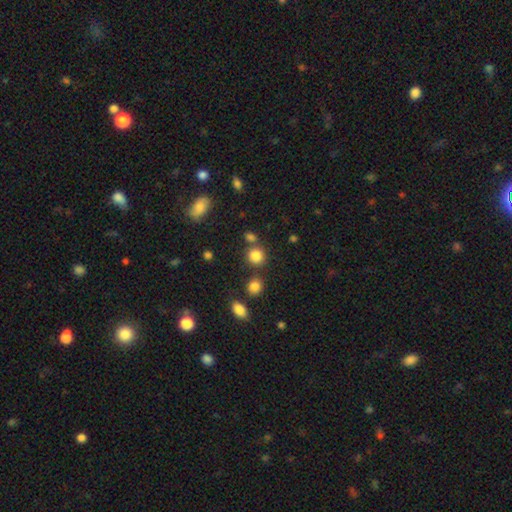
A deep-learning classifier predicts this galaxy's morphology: Q: Smooth or featured?
A: smooth (83%); runner-up: star or artifact (12%)
Q: How rounded?
A: round (86%); runner-up: in between (13%)
Q: Merging?
A: none (73%); runner-up: merger (14%)